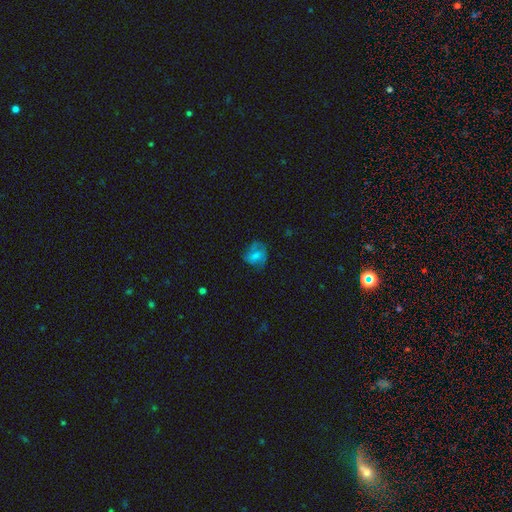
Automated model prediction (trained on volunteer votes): smooth-or-featured: smooth: 58% | featured or disk: 31% | star or artifact: 11%
  how-rounded: round: 56% | in between: 42% | cigar-shaped: 1%
  merging: none: 53% | minor disturbance: 26% | major disturbance: 19% | merger: 2%